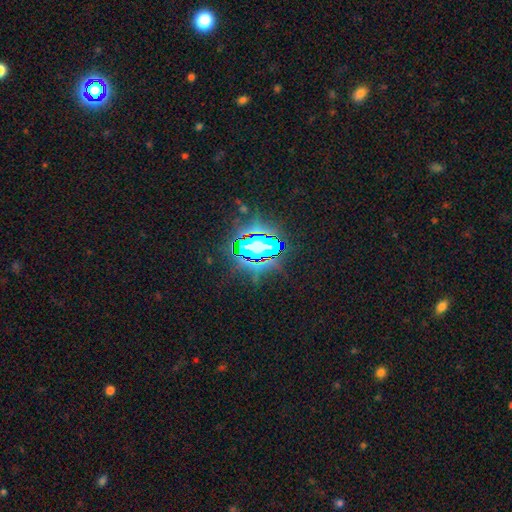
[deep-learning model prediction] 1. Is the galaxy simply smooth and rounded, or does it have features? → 82% star or artifact, 11% smooth, 7% featured or disk.